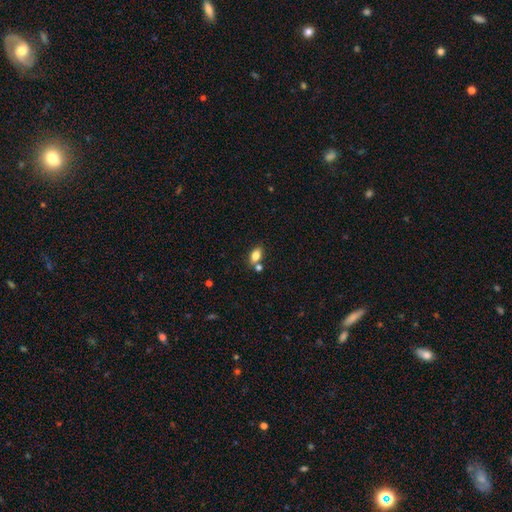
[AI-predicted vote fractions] Smooth or featured?
  - smooth: 81% *
  - featured or disk: 10%
  - star or artifact: 9%
How rounded?
  - in between: 87% *
  - round: 9%
  - cigar-shaped: 4%
Merging?
  - none: 64% *
  - merger: 21%
  - minor disturbance: 12%
  - major disturbance: 3%